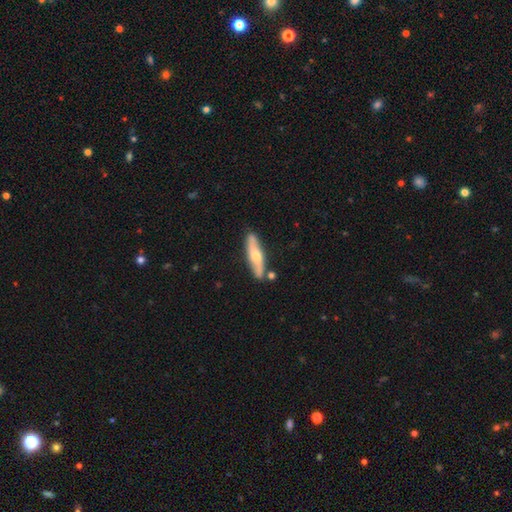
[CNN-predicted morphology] This is possibly a featured or disk galaxy (57%). It is likely viewed edge-on (65%). Merging: likely none (80%).